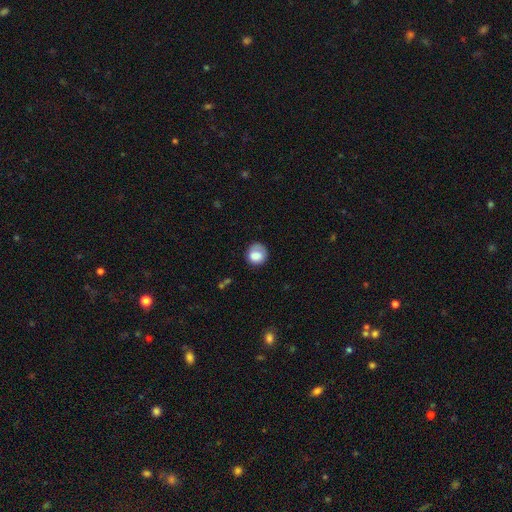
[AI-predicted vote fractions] The model was most divided on "merging": none: 64%, minor disturbance: 23%, major disturbance: 10%, merger: 2%. More confident: how rounded — round (81%); smooth or featured — smooth (78%).